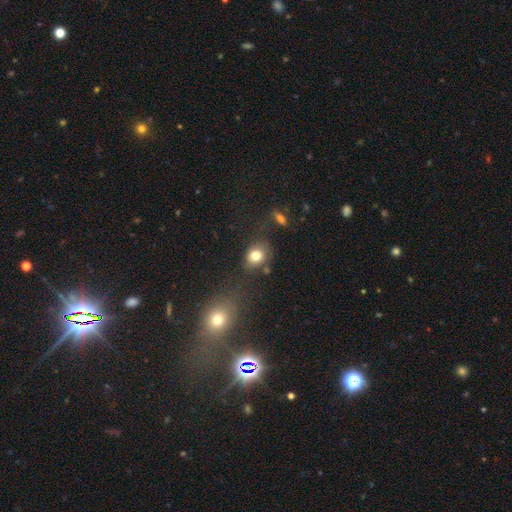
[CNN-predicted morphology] Smooth or featured: smooth — 79% (star or artifact — 11%)
How rounded: round — 52% (in between — 47%)
Merging: none — 68% (minor disturbance — 18%)